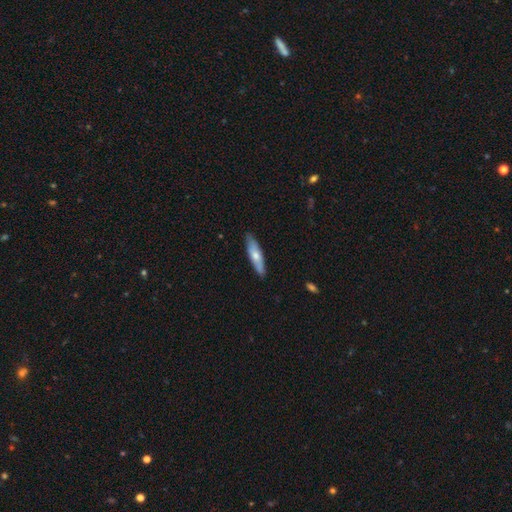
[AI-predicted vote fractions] Morphology: type=smooth (60%); roundness=cigar-shaped (69%); merging=none (86%).